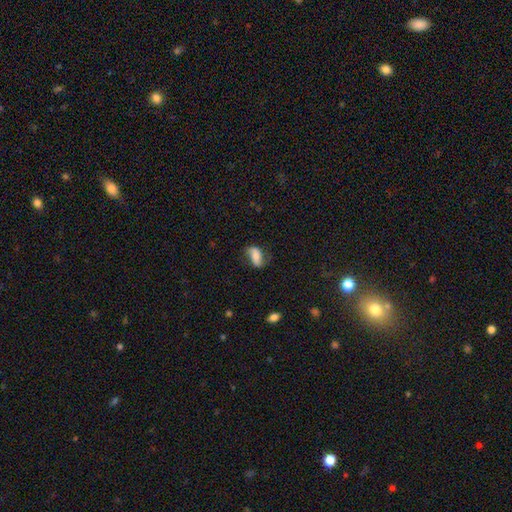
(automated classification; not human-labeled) smooth 48%, featured or disk 44%, star or artifact 8%. Down the decision tree: merging — none (64%).